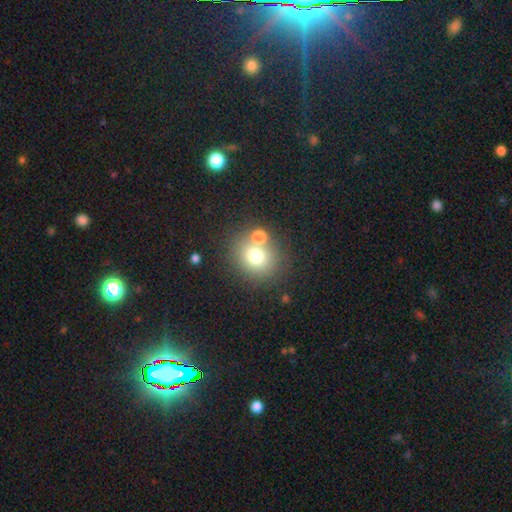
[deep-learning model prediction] Morphology: type=smooth (71%); roundness=round (78%); merging=none (65%).